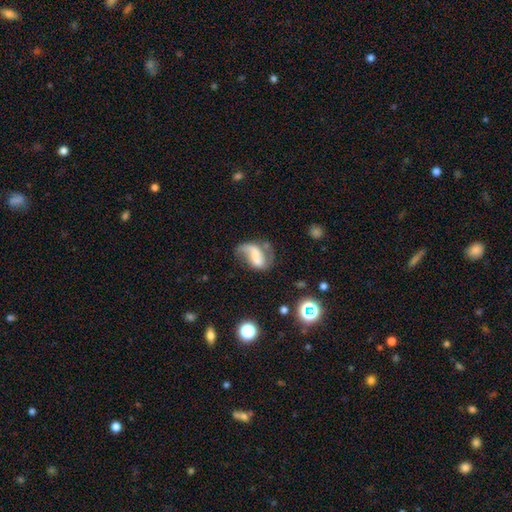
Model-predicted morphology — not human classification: featured or disk 65%, smooth 25%, star or artifact 10%. Down the decision tree: edge-on disk — no (97%); bar — weak (37%); spiral arms — yes (82%); spiral arm count — 2 (63%); spiral winding — loose (60%); bulge size — none (37%); merging — none (36%).